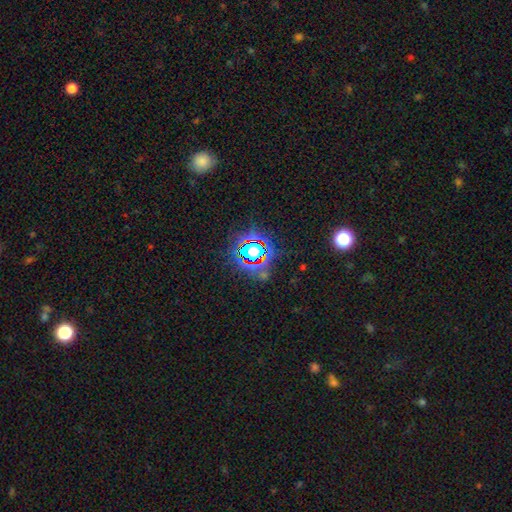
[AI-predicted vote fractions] Morphology: type=star or artifact (72%).